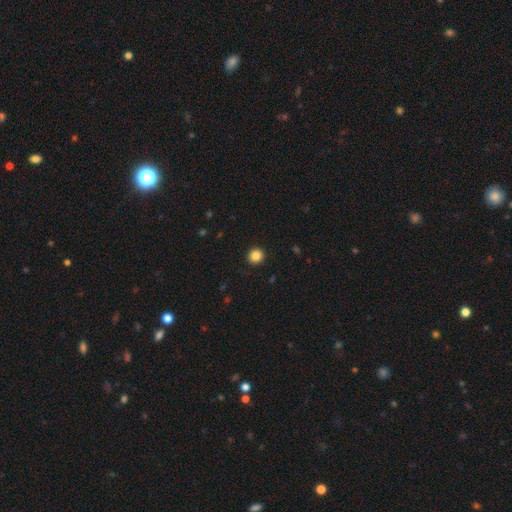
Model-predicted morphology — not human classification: Smooth or featured? Predicted: smooth (p=0.86). How rounded? Predicted: round (p=0.93). Merging? Predicted: none (p=0.93).